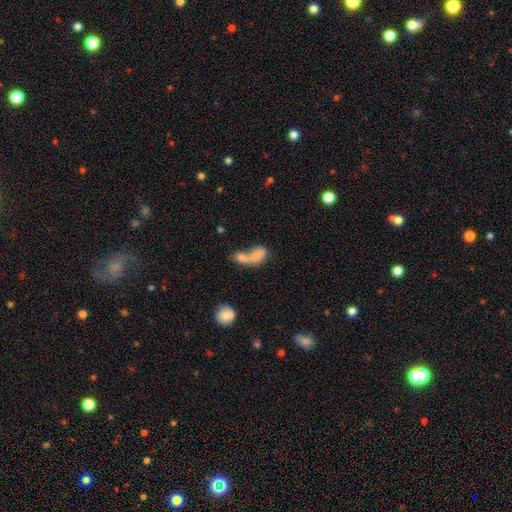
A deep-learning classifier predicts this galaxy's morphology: Smooth or featured? Predicted: smooth (p=0.71). How rounded? Predicted: in between (p=0.75). Merging? Predicted: merger (p=0.75).